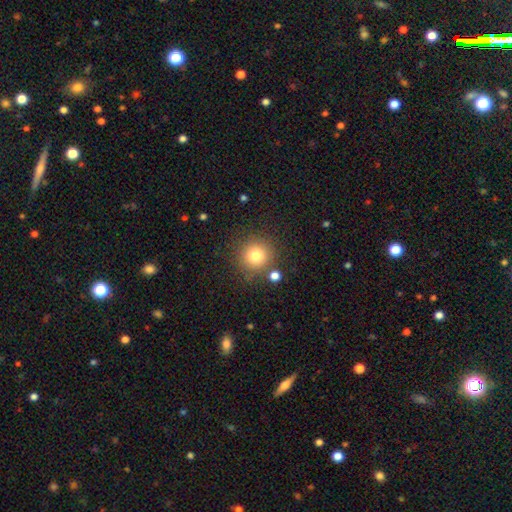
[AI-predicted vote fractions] Morphology: type=smooth (78%); roundness=round (93%); merging=none (81%).